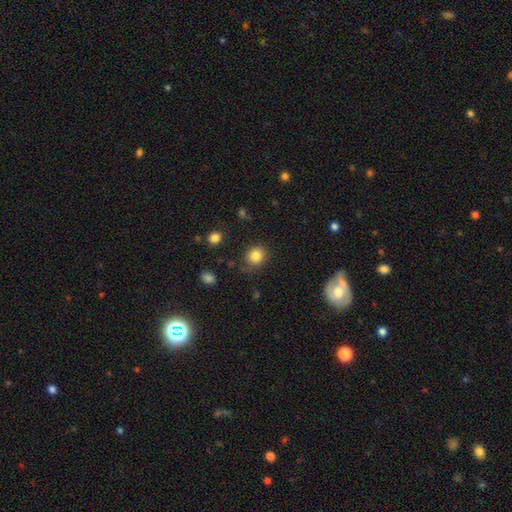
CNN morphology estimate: Smooth or featured: smooth — 84% (star or artifact — 11%)
How rounded: round — 79% (in between — 21%)
Merging: none — 80% (minor disturbance — 13%)